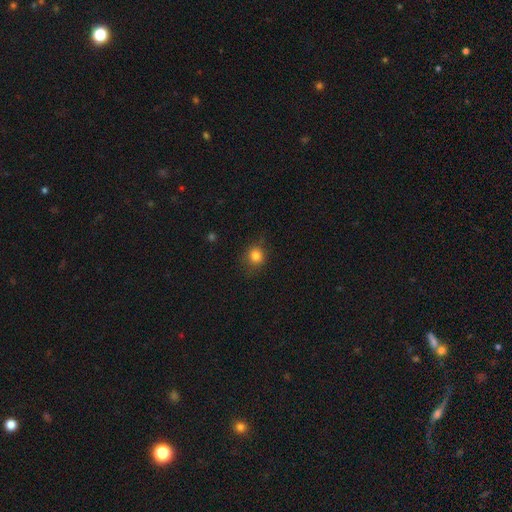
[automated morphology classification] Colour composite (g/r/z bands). It shows a smooth galaxy with no disk features (82%) that is round (85%). Merging: none (81%).